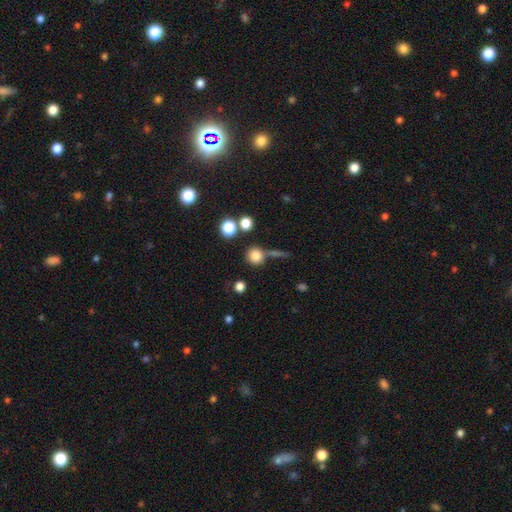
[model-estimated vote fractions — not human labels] This appears to be a smooth galaxy with no disk features (80%) that is round (90%). Merging: none (70%).